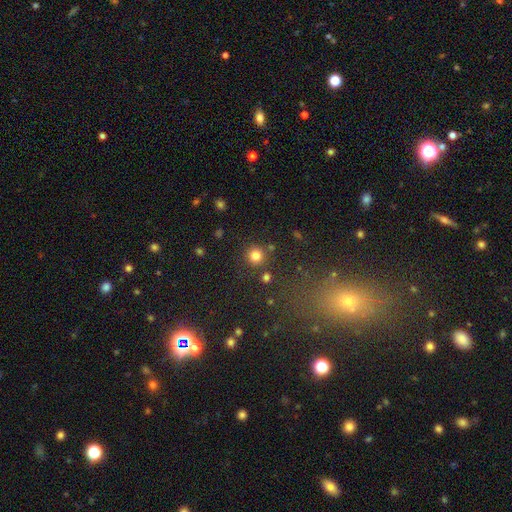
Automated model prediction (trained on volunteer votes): The model was most divided on "smooth or featured": smooth: 81%, star or artifact: 14%, featured or disk: 6%. More confident: how rounded — round (94%); merging — none (85%).